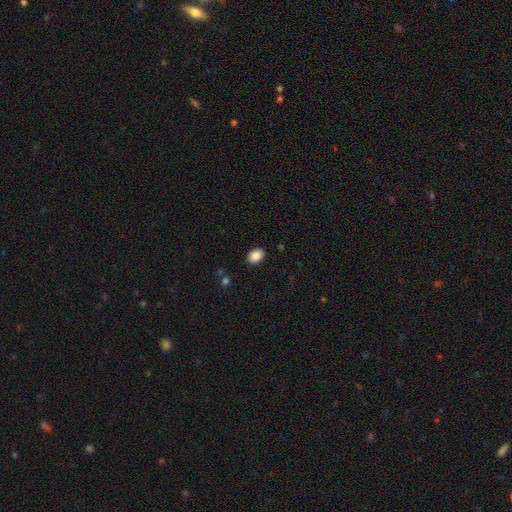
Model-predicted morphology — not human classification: This appears to be a smooth galaxy with no disk features (89%) that is in between round and cigar-shaped (80%). Merging: none (89%).